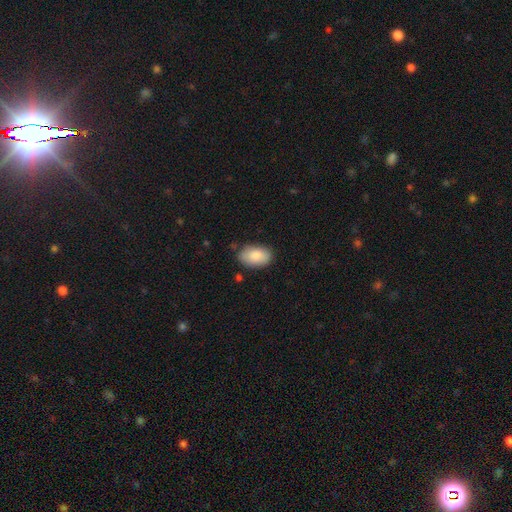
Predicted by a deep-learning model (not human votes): smooth-or-featured: smooth: 86% | featured or disk: 8% | star or artifact: 6%
  how-rounded: in between: 92% | round: 6% | cigar-shaped: 1%
  merging: none: 82% | minor disturbance: 14% | major disturbance: 3% | merger: 2%